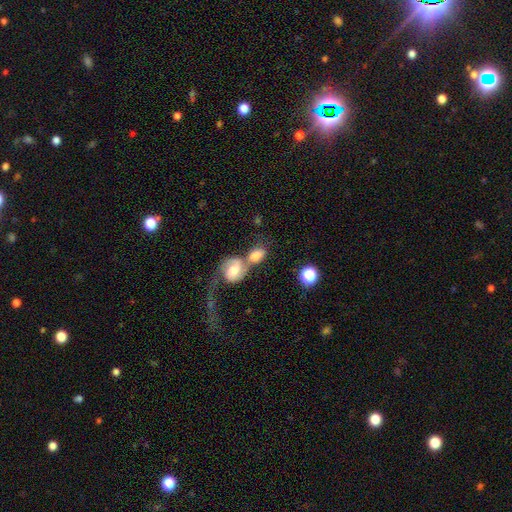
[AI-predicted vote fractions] Smooth or featured: smooth — 55% (featured or disk — 37%)
How rounded: in between — 74% (round — 23%)
Merging: merger — 67% (none — 18%)